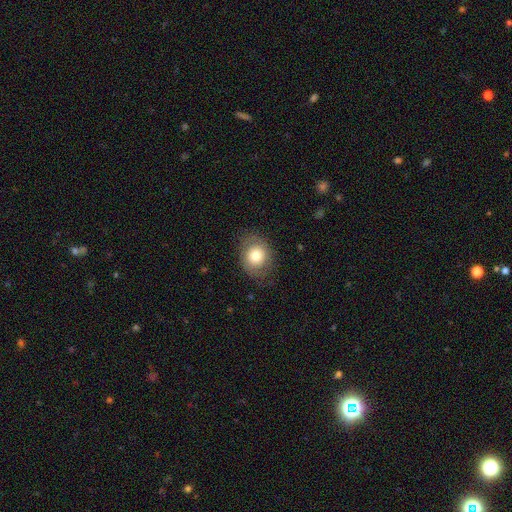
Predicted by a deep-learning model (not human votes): Smooth or featured?
  - smooth: 72% *
  - featured or disk: 19%
  - star or artifact: 9%
How rounded?
  - round: 60% *
  - in between: 39%
  - cigar-shaped: 1%
Merging?
  - none: 76% *
  - minor disturbance: 16%
  - major disturbance: 6%
  - merger: 1%